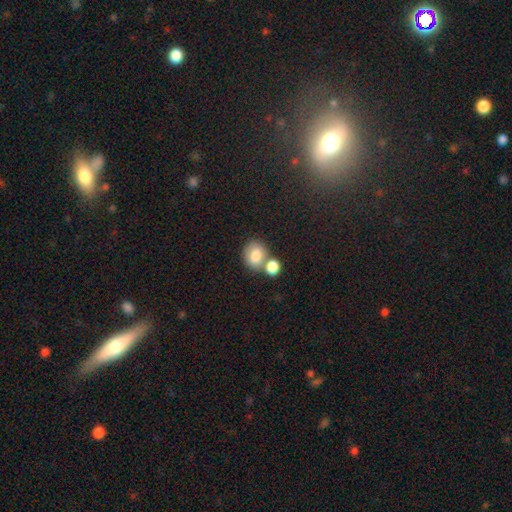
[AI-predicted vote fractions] A smooth galaxy with no disk features (80%) that is round (52%).

Vote fractions:
- Smooth or featured? smooth: 80% / featured or disk: 11% / star or artifact: 8%
- How rounded? round: 52% / in between: 47% / cigar-shaped: 1%
- Merging? none: 43% / merger: 42% / minor disturbance: 11% / major disturbance: 4%